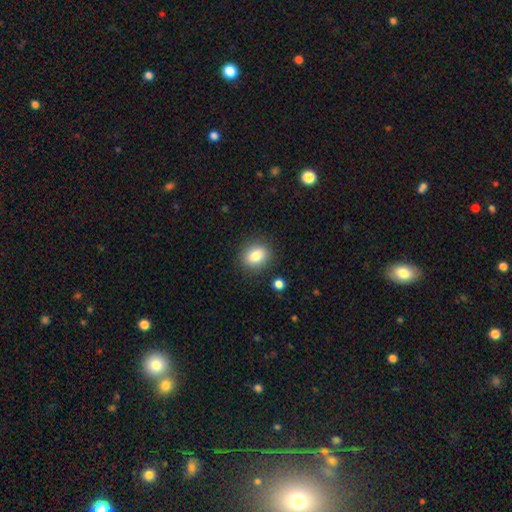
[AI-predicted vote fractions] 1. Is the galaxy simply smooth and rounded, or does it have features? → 83% smooth, 9% star or artifact, 7% featured or disk.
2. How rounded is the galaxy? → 52% round, 46% in between, 1% cigar-shaped.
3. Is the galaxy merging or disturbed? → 87% none, 8% minor disturbance, 3% major disturbance, 2% merger.